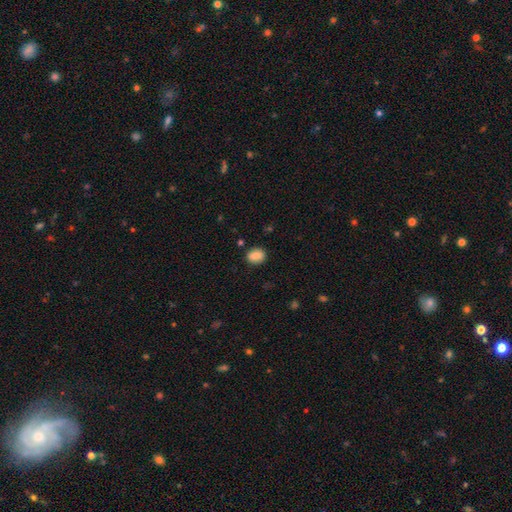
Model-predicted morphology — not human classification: smooth_or_featured: smooth (p=0.86) [alt: star or artifact p=0.08]
how_rounded: in between (p=0.53) [alt: round p=0.46]
merging: none (p=0.84) [alt: minor disturbance p=0.11]